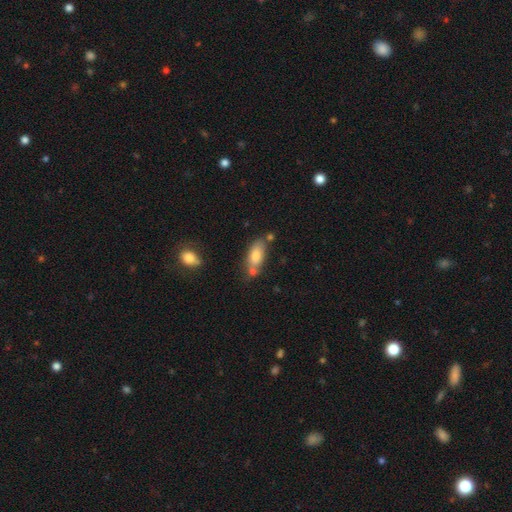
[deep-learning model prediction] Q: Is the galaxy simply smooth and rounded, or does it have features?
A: smooth — 79%.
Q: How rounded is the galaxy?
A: in between — 85%.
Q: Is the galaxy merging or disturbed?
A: none — 57%.